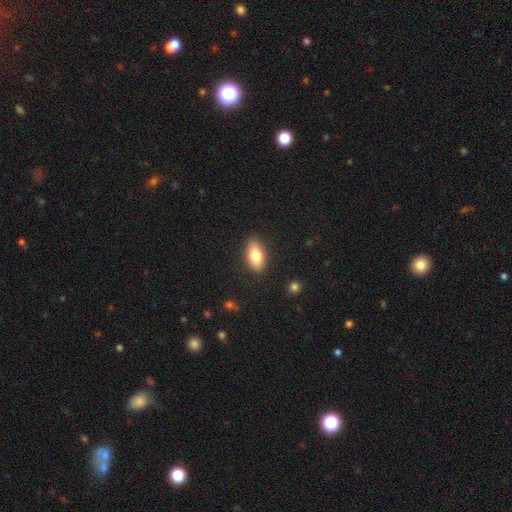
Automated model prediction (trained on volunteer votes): Q: Smooth or featured?
A: smooth (78%); runner-up: featured or disk (15%)
Q: How rounded?
A: in between (90%); runner-up: cigar-shaped (6%)
Q: Merging?
A: none (88%); runner-up: minor disturbance (9%)